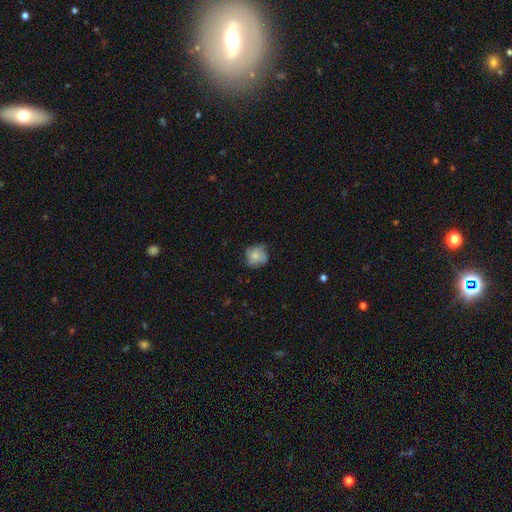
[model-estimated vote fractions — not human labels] smooth 63%, featured or disk 28%, star or artifact 9%. Down the decision tree: how rounded — round (83%); merging — none (70%).